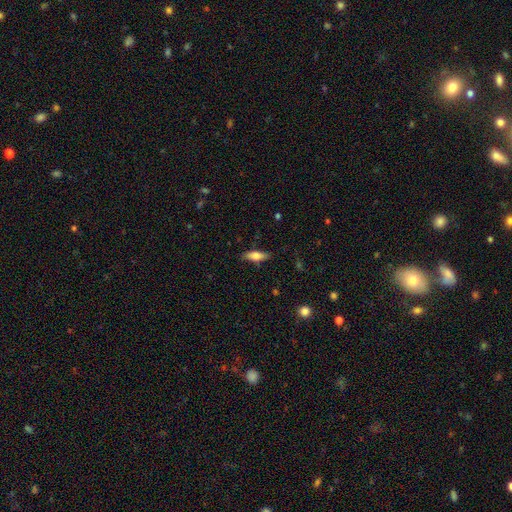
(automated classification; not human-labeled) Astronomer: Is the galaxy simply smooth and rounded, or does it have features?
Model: smooth — 69%.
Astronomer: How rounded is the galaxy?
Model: in between — 56% (runner-up: cigar-shaped, 41%).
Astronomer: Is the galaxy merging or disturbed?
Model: none — 82%.